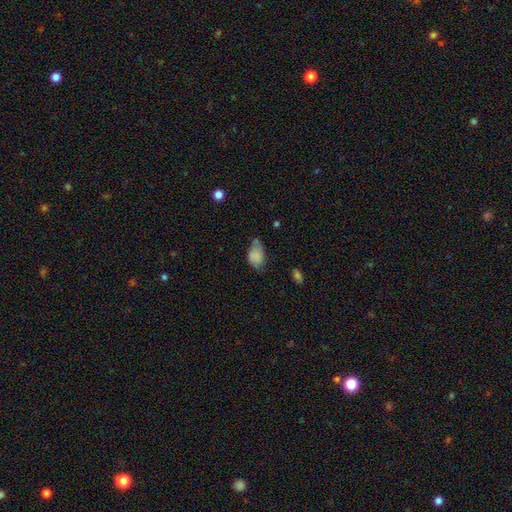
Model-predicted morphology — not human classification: smooth-or-featured: smooth: 71% | featured or disk: 20% | star or artifact: 9%
  how-rounded: in between: 90% | round: 8% | cigar-shaped: 2%
  merging: none: 47% | minor disturbance: 38% | major disturbance: 12% | merger: 3%